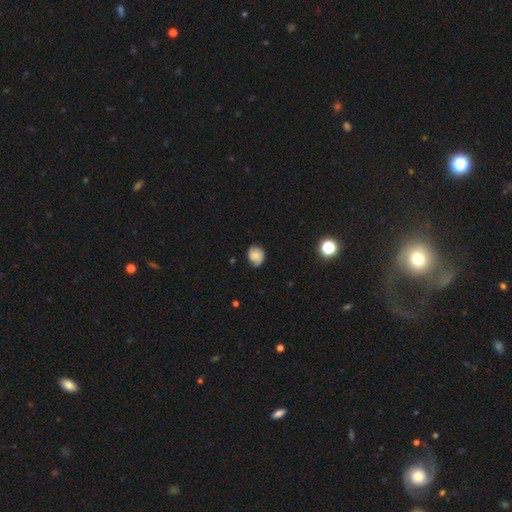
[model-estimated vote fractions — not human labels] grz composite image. It shows a smooth galaxy with no disk features (66%) that is round (70%). Merging: none (71%).